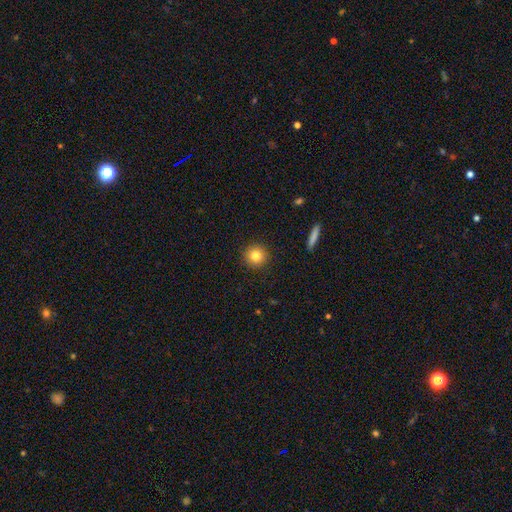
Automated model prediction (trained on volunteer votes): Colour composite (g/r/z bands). It shows a smooth galaxy with no disk features (83%) that is round (94%). Merging: none (92%).